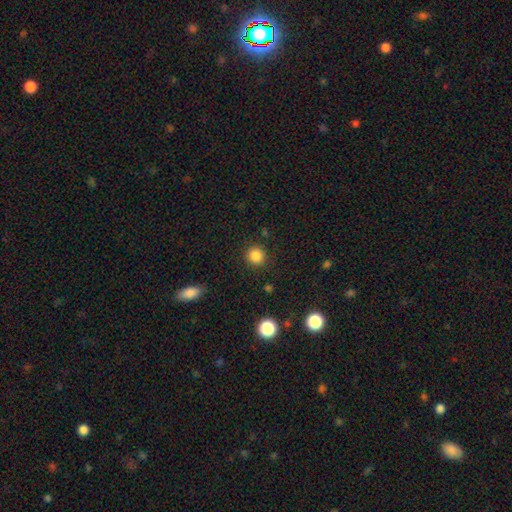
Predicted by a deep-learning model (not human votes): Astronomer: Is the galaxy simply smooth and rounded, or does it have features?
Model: smooth — 86%.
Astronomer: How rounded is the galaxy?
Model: round — 92%.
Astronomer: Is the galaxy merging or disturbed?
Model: none — 90%.